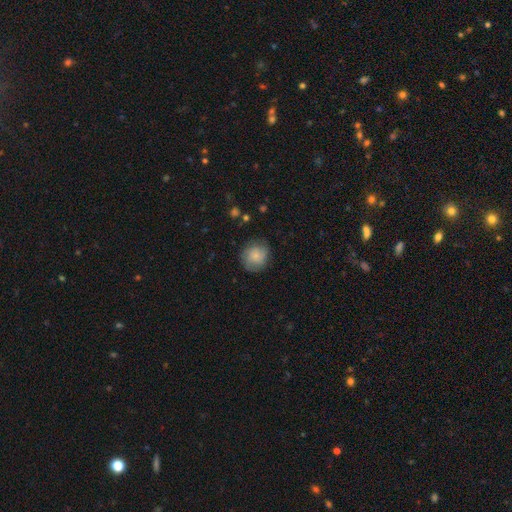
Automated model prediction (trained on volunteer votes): Smooth or featured: smooth — 71% (featured or disk — 21%)
How rounded: round — 86% (in between — 13%)
Merging: none — 78% (minor disturbance — 16%)